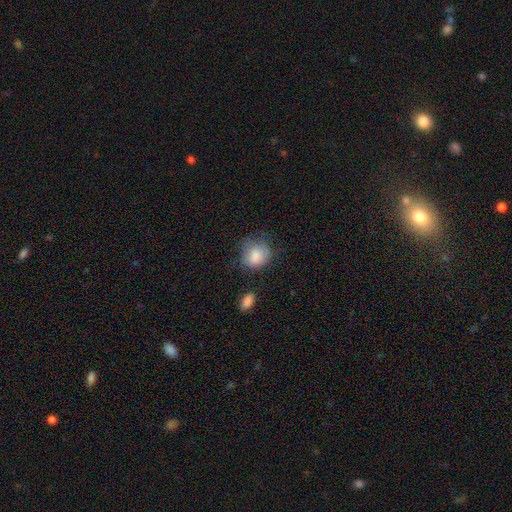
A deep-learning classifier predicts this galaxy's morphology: Smooth or featured? Predicted: smooth (p=0.82). How rounded? Predicted: round (p=0.68). Merging? Predicted: none (p=0.57).